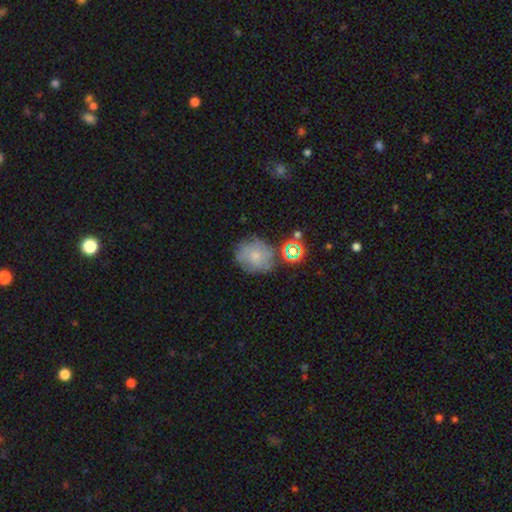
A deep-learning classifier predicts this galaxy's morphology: Smooth or featured? Predicted: smooth (p=0.51). How rounded? Predicted: round (p=0.77). Merging? Predicted: none (p=0.63).